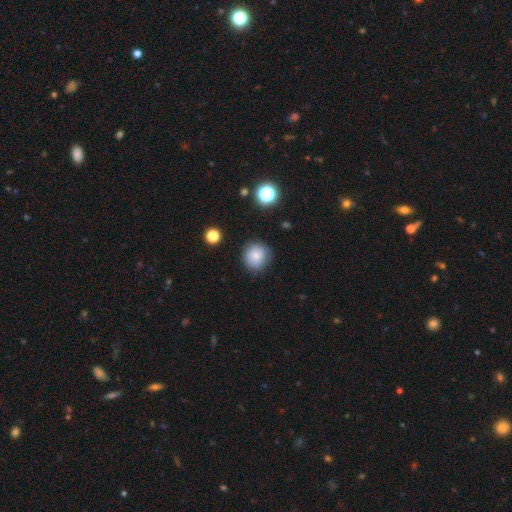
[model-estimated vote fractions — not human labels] Overall: smooth (80%). How rounded: round (90%). Merging: none (82%).